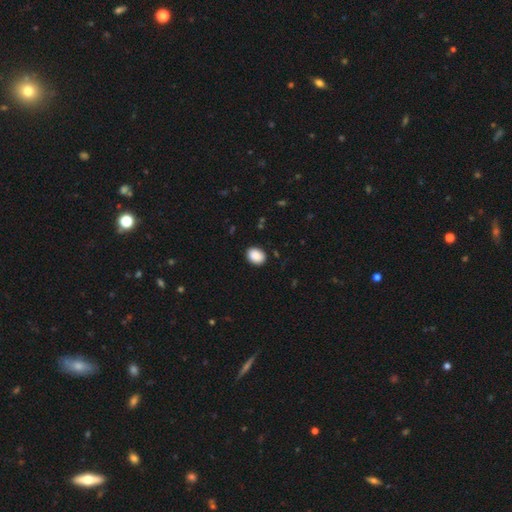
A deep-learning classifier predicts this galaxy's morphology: A smooth galaxy with no disk features (90%) that is in between round and cigar-shaped (62%).

Vote fractions:
- Smooth or featured? smooth: 90% / star or artifact: 7% / featured or disk: 3%
- How rounded? in between: 62% / round: 38% / cigar-shaped: 1%
- Merging? none: 89% / minor disturbance: 8% / major disturbance: 2% / merger: 1%